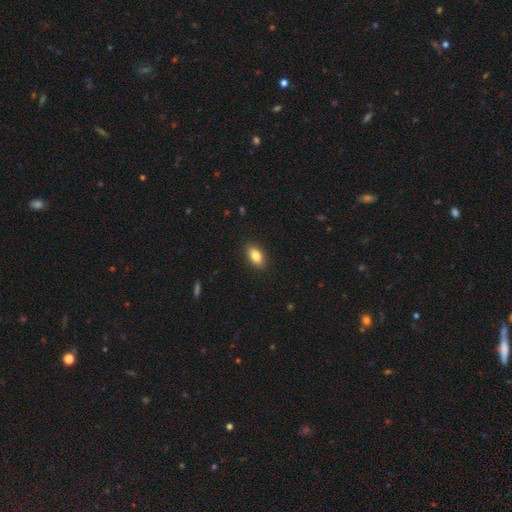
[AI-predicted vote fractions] Morphology: type=smooth (84%); roundness=in between (89%); merging=none (88%).